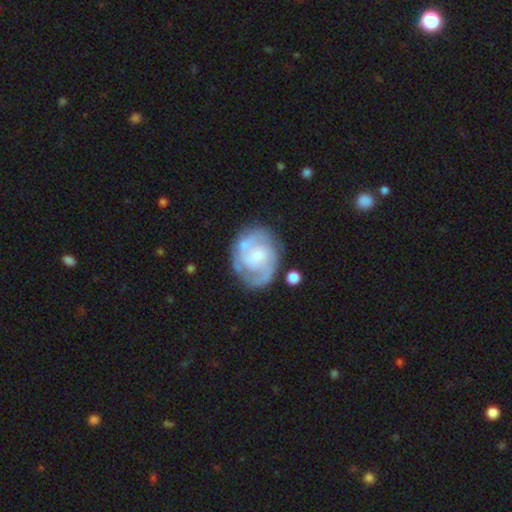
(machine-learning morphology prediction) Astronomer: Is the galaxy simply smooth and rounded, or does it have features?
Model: featured or disk — 75%.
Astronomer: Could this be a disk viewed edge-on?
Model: no — 98%.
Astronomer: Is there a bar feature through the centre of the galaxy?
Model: no — 52% (runner-up: weak, 39%).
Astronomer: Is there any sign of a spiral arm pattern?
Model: yes — 87%.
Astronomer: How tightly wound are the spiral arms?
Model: medium — 43% (runner-up: tight, 42%).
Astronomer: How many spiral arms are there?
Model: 2 — 64%.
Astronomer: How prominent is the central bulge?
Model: small — 48% (runner-up: moderate, 32%).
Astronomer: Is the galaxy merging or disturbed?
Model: none — 67%.